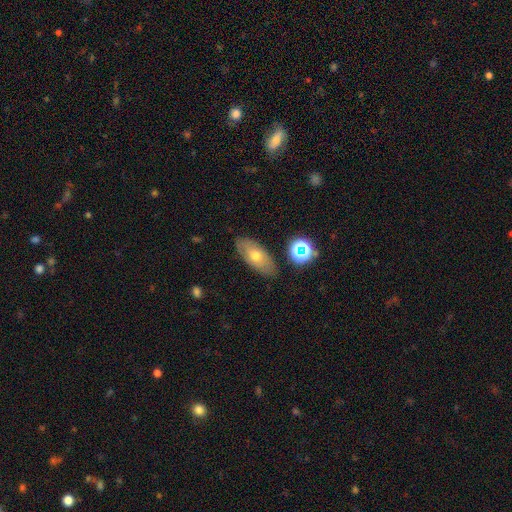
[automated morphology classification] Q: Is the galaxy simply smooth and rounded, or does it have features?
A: smooth — 59%.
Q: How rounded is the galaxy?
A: in between — 86%.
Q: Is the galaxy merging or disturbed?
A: none — 82%.